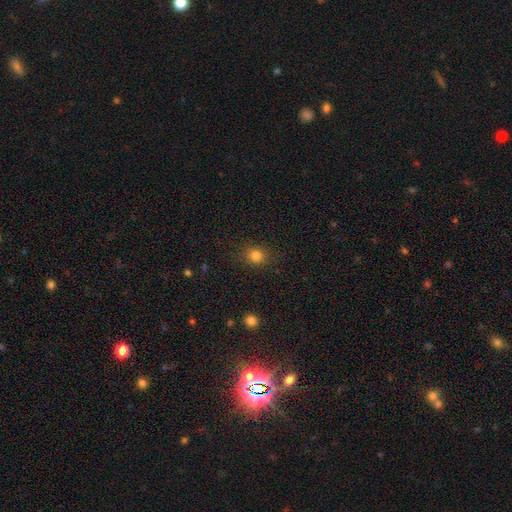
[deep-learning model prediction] Smooth or featured: smooth — 83% (star or artifact — 12%)
How rounded: round — 80% (in between — 19%)
Merging: none — 88% (minor disturbance — 8%)